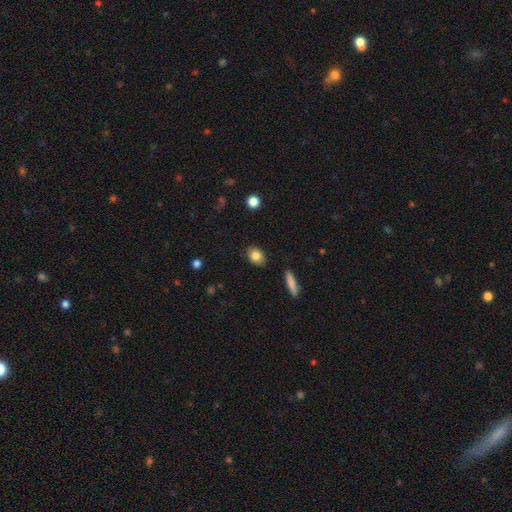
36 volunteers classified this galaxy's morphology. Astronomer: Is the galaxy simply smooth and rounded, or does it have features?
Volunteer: smooth — 92%.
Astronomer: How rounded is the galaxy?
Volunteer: in between — 79%.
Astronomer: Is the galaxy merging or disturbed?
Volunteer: none — 83%.